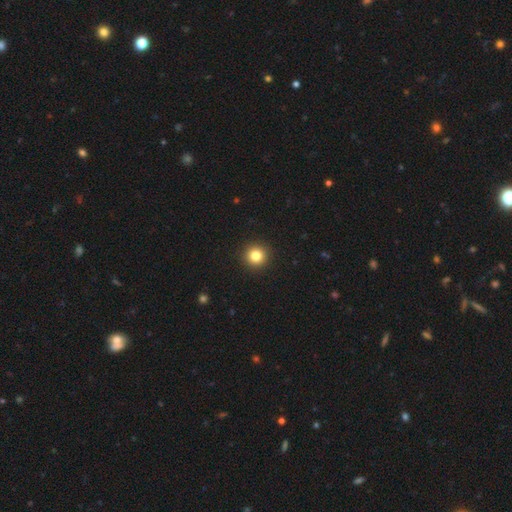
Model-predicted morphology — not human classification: Smooth or featured? Predicted: smooth (p=0.82). How rounded? Predicted: round (p=0.95). Merging? Predicted: none (p=0.93).